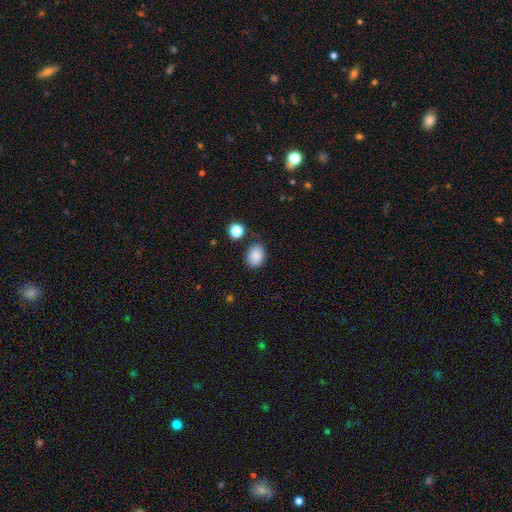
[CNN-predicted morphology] type=smooth (88%); roundness=in between (64%); merging=none (79%).